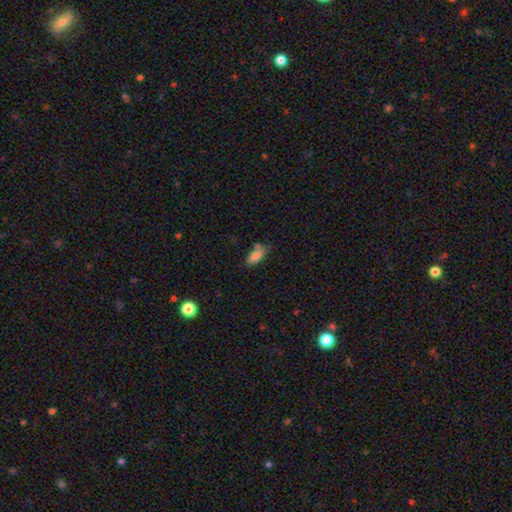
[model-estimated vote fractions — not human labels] Smooth or featured: smooth — 82% (featured or disk — 10%)
How rounded: in between — 82% (cigar-shaped — 16%)
Merging: none — 57% (minor disturbance — 24%)